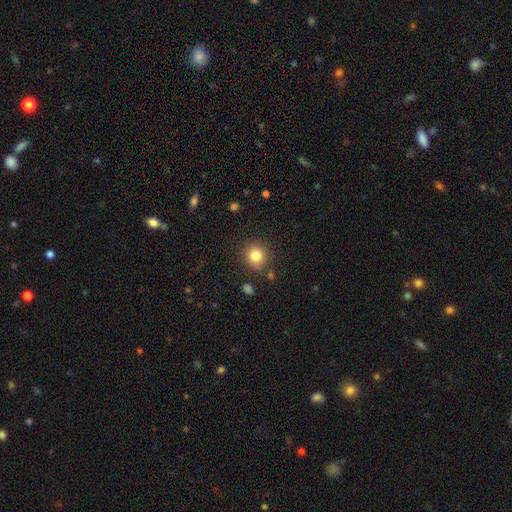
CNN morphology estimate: This is clearly a smooth galaxy (83%). How rounded: clearly round (89%). Merging: clearly none (85%).